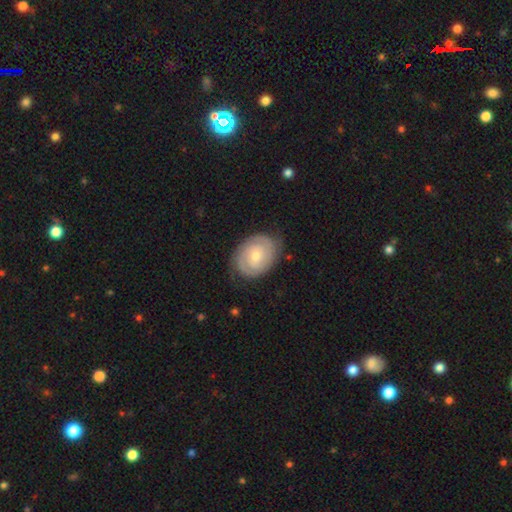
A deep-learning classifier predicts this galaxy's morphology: A featured or disk galaxy (75%) with no bar (63%), 2 (64%) tight (72%) spiral arms (91%) and a small central bulge (55%).

Vote fractions:
- Smooth or featured? featured or disk: 75% / smooth: 20% / star or artifact: 6%
- Edge-on disk? no: 97% / yes: 3%
- Bar? no: 63% / weak: 31% / strong: 6%
- Spiral arms? yes: 91% / no: 9%
- Spiral winding? tight: 72% / medium: 22% / loose: 6%
- Spiral arm count? 2: 64% / can't tell: 20% / 3: 7% / 1: 4% / 4: 2% / more than 4: 2%
- Bulge size? small: 55% / moderate: 40% / large: 2% / none: 2% / dominant: 1%
- Merging? none: 79% / minor disturbance: 16% / major disturbance: 5% / merger: 1%